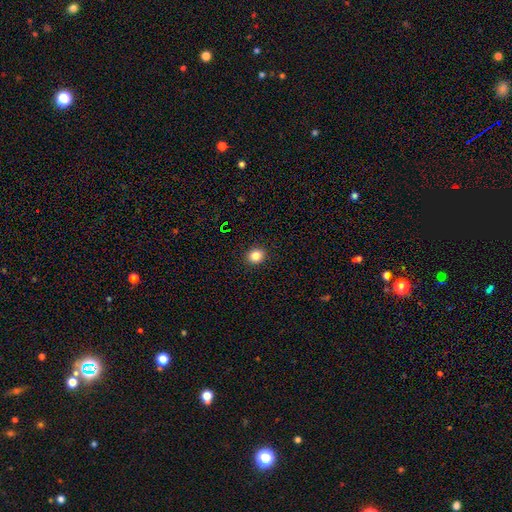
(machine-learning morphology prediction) A smooth galaxy with no disk features (84%) that is round (71%).

Vote fractions:
- Smooth or featured? smooth: 84% / star or artifact: 11% / featured or disk: 5%
- How rounded? round: 71% / in between: 28% / cigar-shaped: 1%
- Merging? none: 92% / minor disturbance: 5% / major disturbance: 2% / merger: 1%